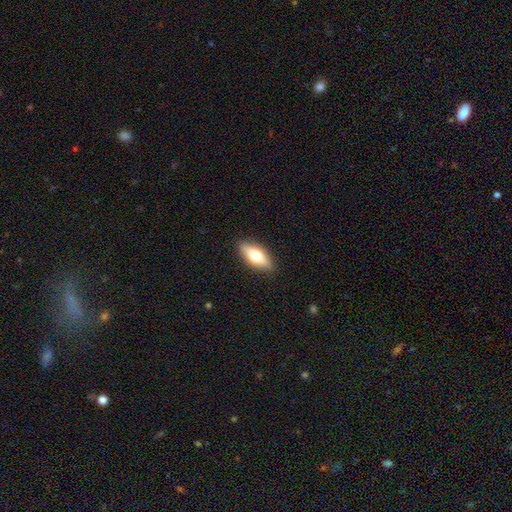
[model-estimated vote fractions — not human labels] smooth_or_featured: smooth (p=0.61) [alt: featured or disk p=0.33]
how_rounded: in between (p=0.73) [alt: cigar-shaped p=0.23]
merging: none (p=0.88) [alt: minor disturbance p=0.09]